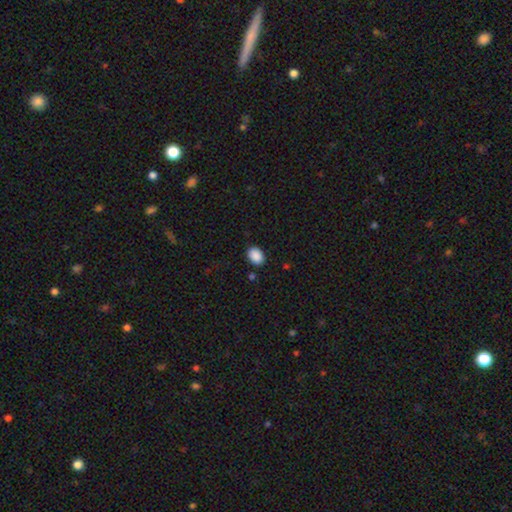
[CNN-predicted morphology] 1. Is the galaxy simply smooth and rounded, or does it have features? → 89% smooth, 8% star or artifact, 3% featured or disk.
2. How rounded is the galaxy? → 73% in between, 26% round, 1% cigar-shaped.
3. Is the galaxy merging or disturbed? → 87% none, 9% minor disturbance, 2% major disturbance, 2% merger.